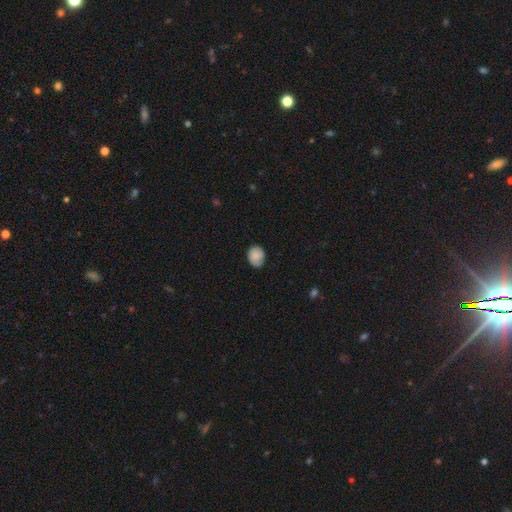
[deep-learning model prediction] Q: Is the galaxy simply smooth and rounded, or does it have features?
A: smooth — 82%.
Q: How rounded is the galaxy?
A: round — 53%.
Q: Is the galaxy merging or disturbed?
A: none — 73%.